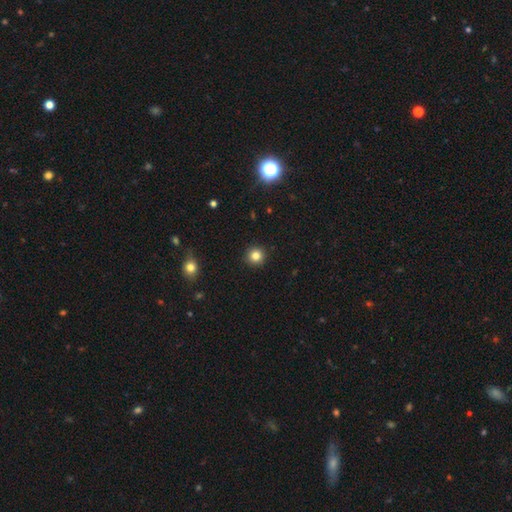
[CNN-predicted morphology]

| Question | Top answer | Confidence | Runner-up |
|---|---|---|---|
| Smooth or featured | smooth | 83% | star or artifact (12%) |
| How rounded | round | 94% | in between (5%) |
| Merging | none | 92% | minor disturbance (5%) |